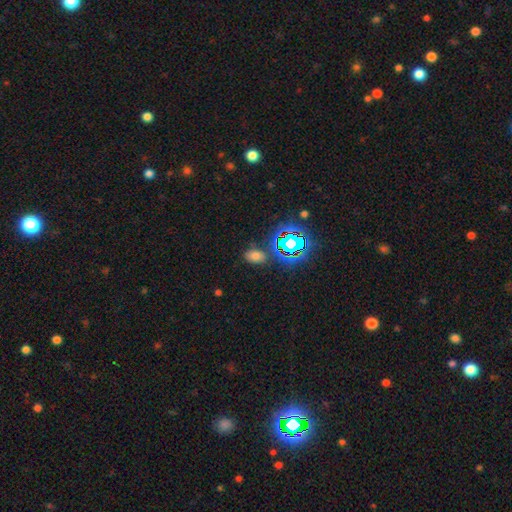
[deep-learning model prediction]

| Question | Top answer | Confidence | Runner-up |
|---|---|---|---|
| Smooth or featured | smooth | 59% | star or artifact (32%) |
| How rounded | in between | 84% | round (14%) |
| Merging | none | 78% | minor disturbance (13%) |